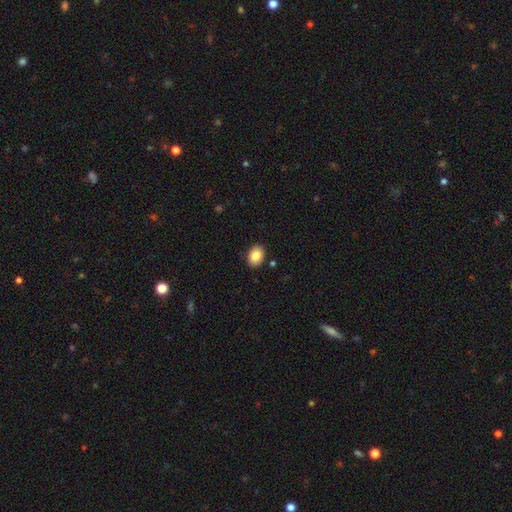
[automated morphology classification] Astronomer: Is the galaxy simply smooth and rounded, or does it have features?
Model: smooth — 86%.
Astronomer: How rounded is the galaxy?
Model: in between — 73%.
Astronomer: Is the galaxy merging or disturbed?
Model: none — 89%.